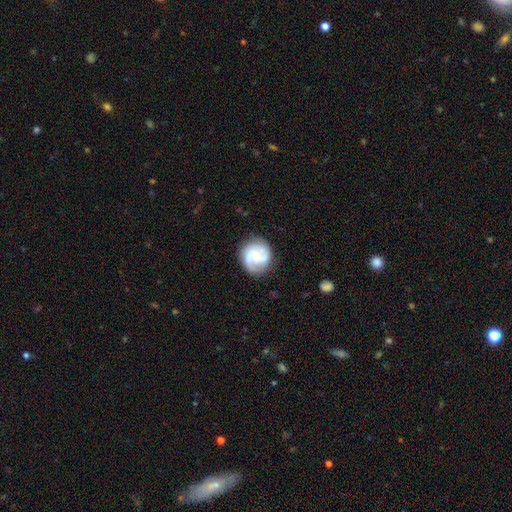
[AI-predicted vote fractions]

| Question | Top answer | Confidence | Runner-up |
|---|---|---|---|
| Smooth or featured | featured or disk | 74% | smooth (20%) |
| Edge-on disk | no | 98% | yes (2%) |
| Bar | no | 54% | weak (38%) |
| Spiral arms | yes | 93% | no (7%) |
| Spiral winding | medium | 45% | tight (39%) |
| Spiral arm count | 2 | 74% | can't tell (10%) |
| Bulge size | small | 55% | moderate (35%) |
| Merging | none | 77% | minor disturbance (15%) |